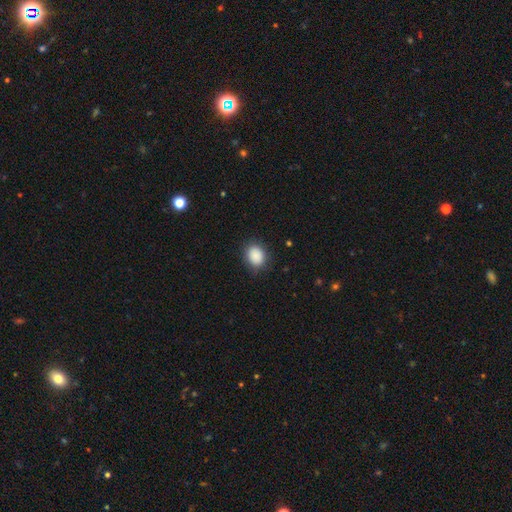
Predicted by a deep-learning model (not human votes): Morphology: type=smooth (89%); roundness=in between (52%); merging=none (85%).